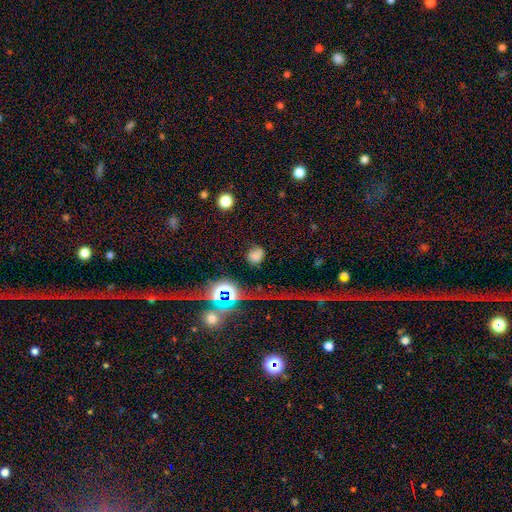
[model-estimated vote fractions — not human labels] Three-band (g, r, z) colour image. It shows a smooth galaxy with no disk features (60%) that is round (72%). Merging: none (64%).